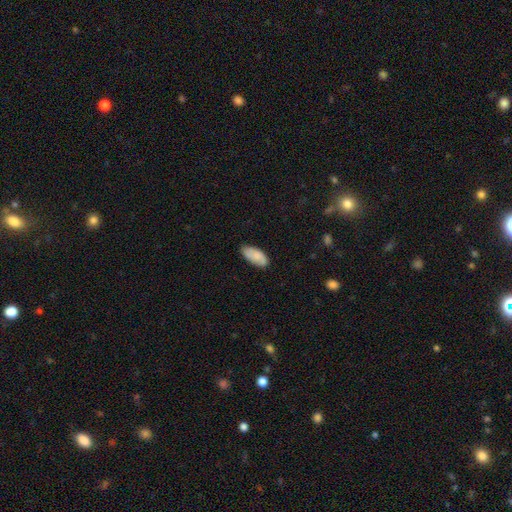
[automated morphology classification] This appears to be a smooth galaxy with no disk features (82%) that is in between round and cigar-shaped (90%). Merging: none (78%).